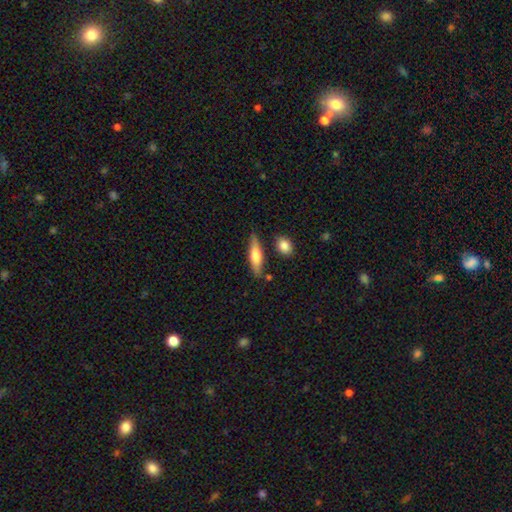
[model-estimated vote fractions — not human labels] Q: Smooth or featured?
A: smooth (59%); runner-up: featured or disk (35%)
Q: How rounded?
A: cigar-shaped (68%); runner-up: in between (30%)
Q: Merging?
A: none (79%); runner-up: minor disturbance (13%)